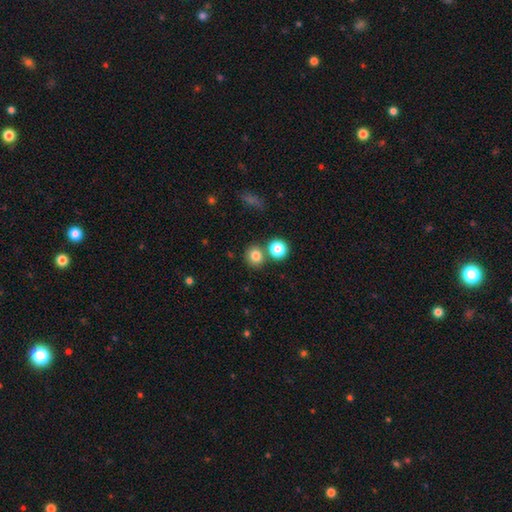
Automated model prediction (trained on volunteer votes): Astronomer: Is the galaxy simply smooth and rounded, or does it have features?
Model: smooth — 81%.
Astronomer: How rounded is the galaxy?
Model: round — 82%.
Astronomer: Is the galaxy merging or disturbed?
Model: none — 66%.